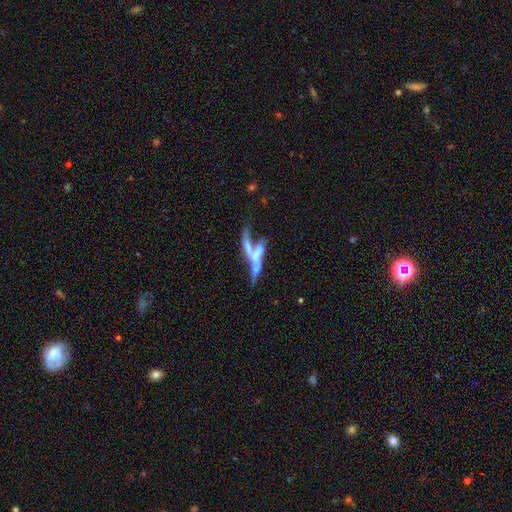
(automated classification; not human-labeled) smooth-or-featured: featured or disk: 58% | smooth: 32% | star or artifact: 11%
  disk-edge-on: no: 58% | yes: 42%
  merging: merger: 62% | none: 16% | major disturbance: 14% | minor disturbance: 8%